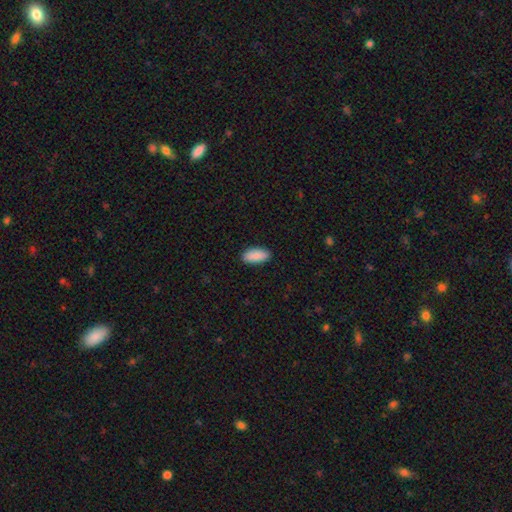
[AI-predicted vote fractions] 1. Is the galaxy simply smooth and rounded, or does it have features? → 90% smooth, 6% star or artifact, 4% featured or disk.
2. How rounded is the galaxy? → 88% in between, 10% cigar-shaped, 2% round.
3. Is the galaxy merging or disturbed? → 88% none, 9% minor disturbance, 2% major disturbance, 1% merger.